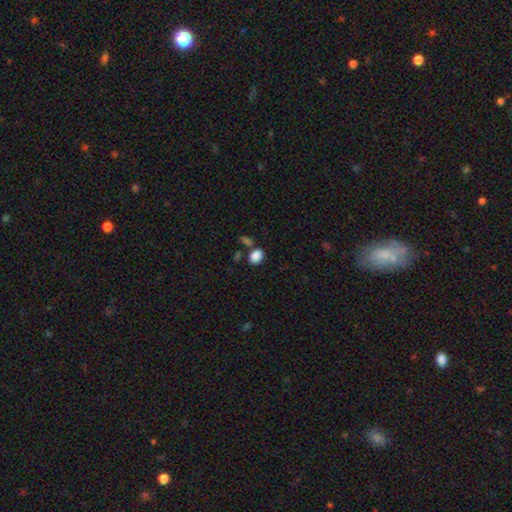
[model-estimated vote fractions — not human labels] smooth-or-featured: smooth: 87% | star or artifact: 9% | featured or disk: 4%
  how-rounded: in between: 69% | round: 29% | cigar-shaped: 1%
  merging: none: 68% | merger: 15% | minor disturbance: 13% | major disturbance: 4%